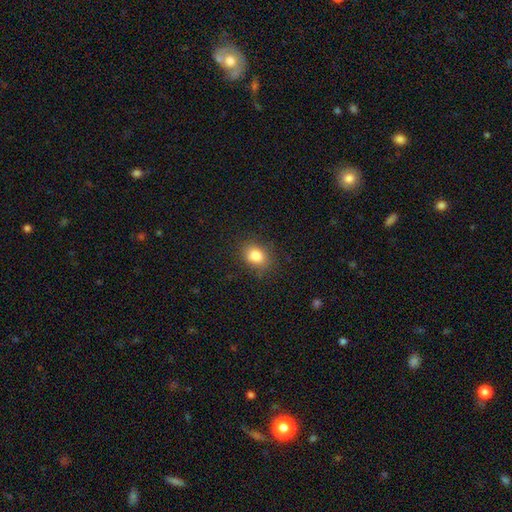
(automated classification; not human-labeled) Morphology: type=smooth (83%); roundness=in between (53%); merging=none (83%).